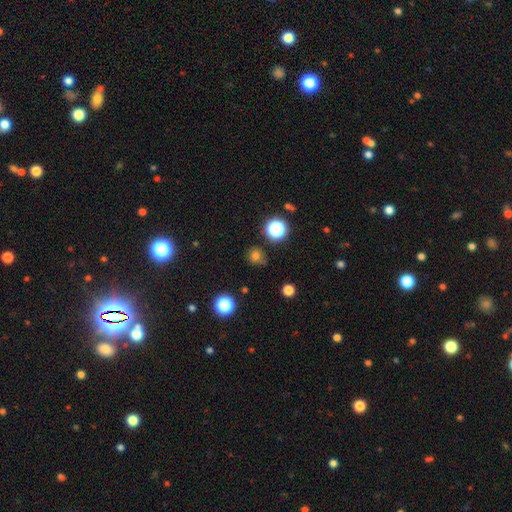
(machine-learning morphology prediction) Smooth or featured: smooth — 71% (star or artifact — 22%)
How rounded: round — 85% (in between — 14%)
Merging: none — 76% (minor disturbance — 15%)